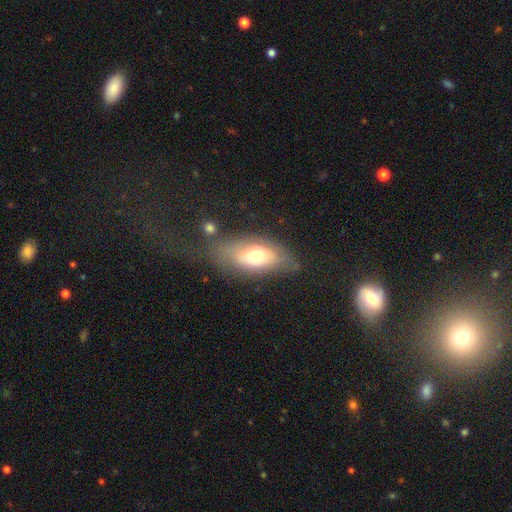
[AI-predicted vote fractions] This is likely a smooth galaxy (60%). How rounded: clearly in between (85%). Merging: possibly none (54%).